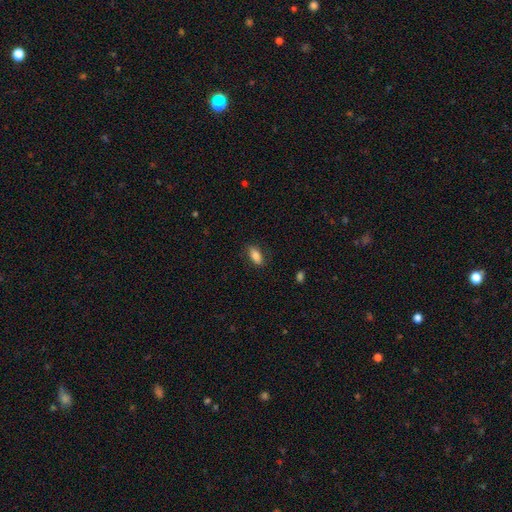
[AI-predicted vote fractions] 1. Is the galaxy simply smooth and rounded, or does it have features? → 82% smooth, 10% featured or disk, 7% star or artifact.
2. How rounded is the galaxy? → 86% in between, 10% cigar-shaped, 4% round.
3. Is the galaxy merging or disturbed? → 80% none, 15% minor disturbance, 4% major disturbance, 1% merger.